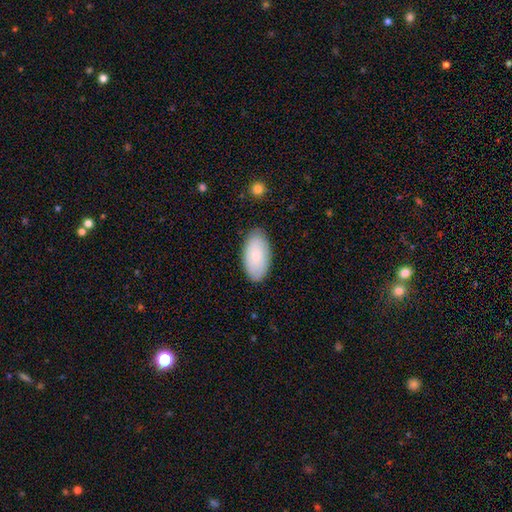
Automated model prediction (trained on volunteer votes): Q: Smooth or featured?
A: smooth (81%); runner-up: featured or disk (13%)
Q: How rounded?
A: in between (96%); runner-up: cigar-shaped (2%)
Q: Merging?
A: none (86%); runner-up: minor disturbance (11%)